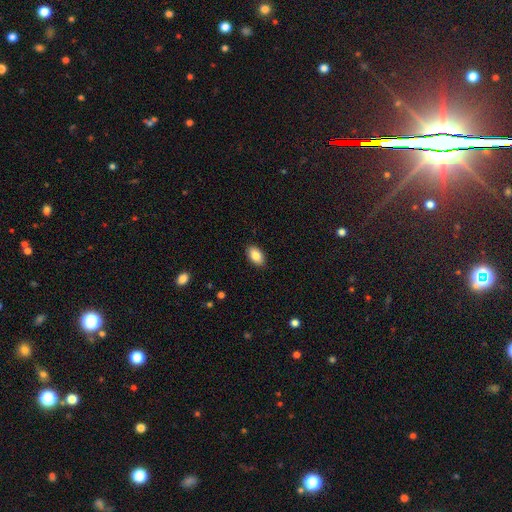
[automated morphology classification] The model was most divided on "smooth or featured": smooth: 86%, star or artifact: 7%, featured or disk: 7%. More confident: how rounded — in between (92%); merging — none (88%).